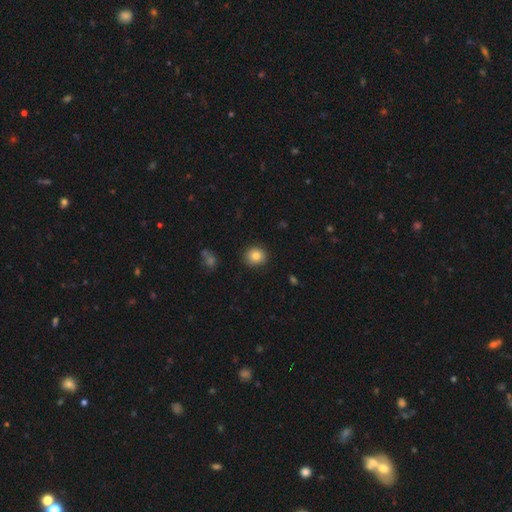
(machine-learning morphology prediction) Q: Smooth or featured?
A: smooth (84%); runner-up: star or artifact (10%)
Q: How rounded?
A: round (87%); runner-up: in between (12%)
Q: Merging?
A: none (90%); runner-up: minor disturbance (7%)